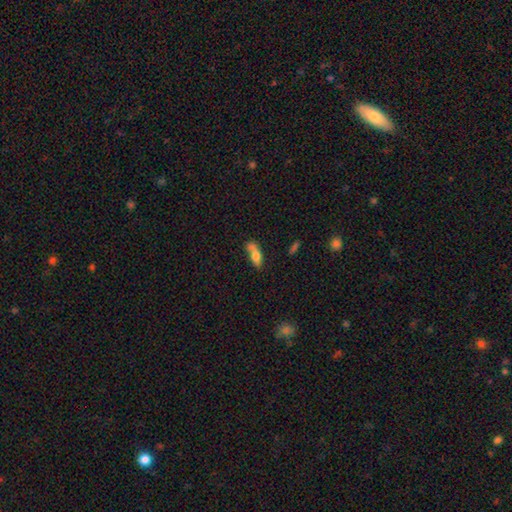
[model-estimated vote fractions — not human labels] Smooth or featured: smooth — 66% (featured or disk — 25%)
How rounded: in between — 67% (cigar-shaped — 28%)
Merging: none — 37% (merger — 23%)